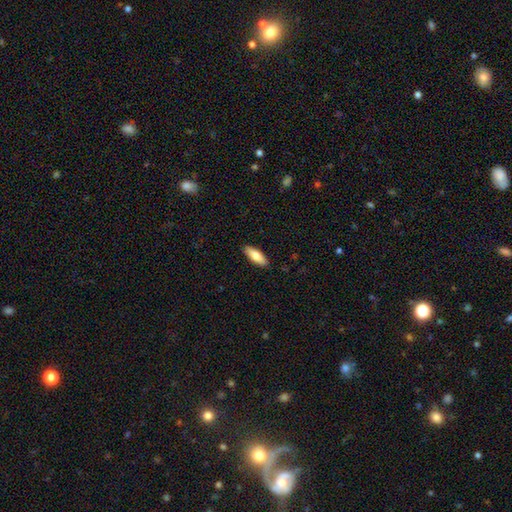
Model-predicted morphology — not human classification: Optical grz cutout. It shows a smooth galaxy with no disk features (78%) that is in between round and cigar-shaped (63%). Merging: none (89%).